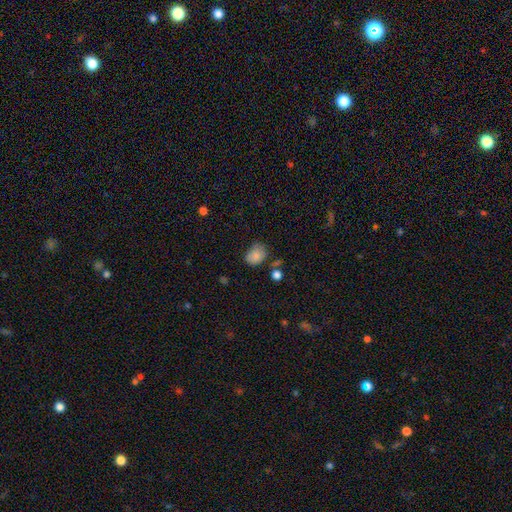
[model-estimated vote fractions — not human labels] Smooth or featured: smooth — 83% (star or artifact — 9%)
How rounded: in between — 59% (round — 40%)
Merging: none — 55% (minor disturbance — 31%)